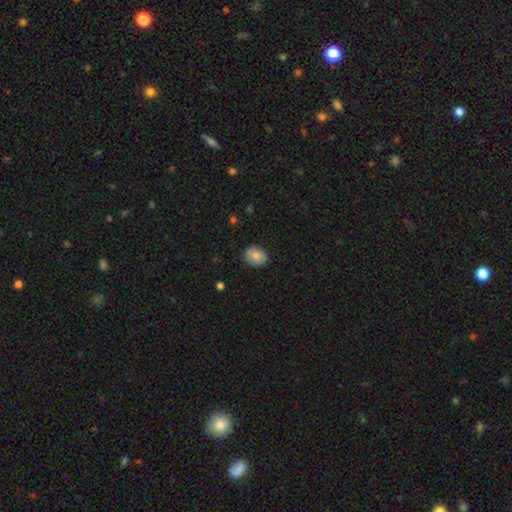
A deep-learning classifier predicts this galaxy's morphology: Smooth or featured: smooth — 78% (featured or disk — 13%)
How rounded: in between — 56% (round — 43%)
Merging: none — 84% (minor disturbance — 13%)